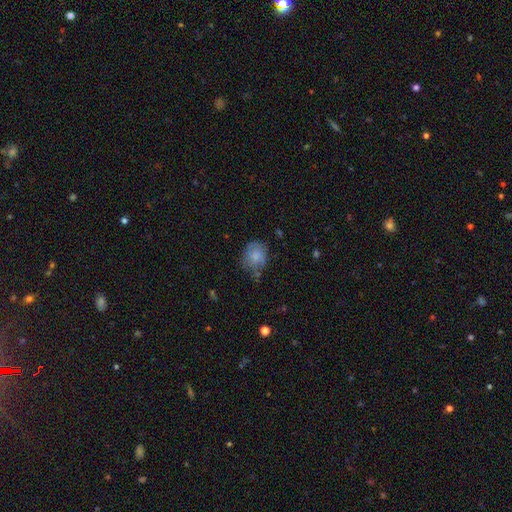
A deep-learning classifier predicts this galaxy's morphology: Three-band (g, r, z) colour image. It shows a smooth galaxy with no disk features (66%) that is round (57%). Merging: none (51%).